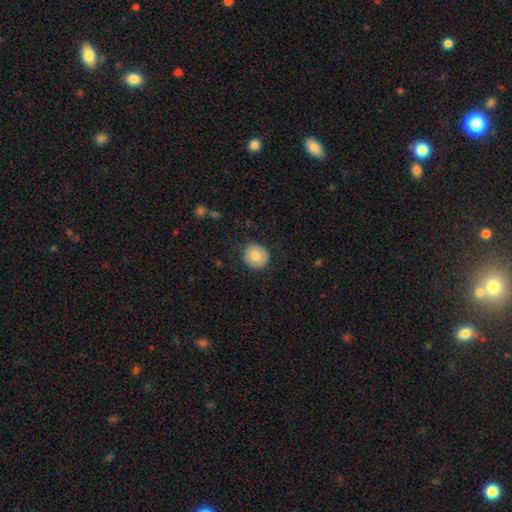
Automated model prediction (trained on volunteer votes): Smooth or featured: smooth — 78% (featured or disk — 14%)
How rounded: round — 91% (in between — 8%)
Merging: none — 86% (minor disturbance — 11%)